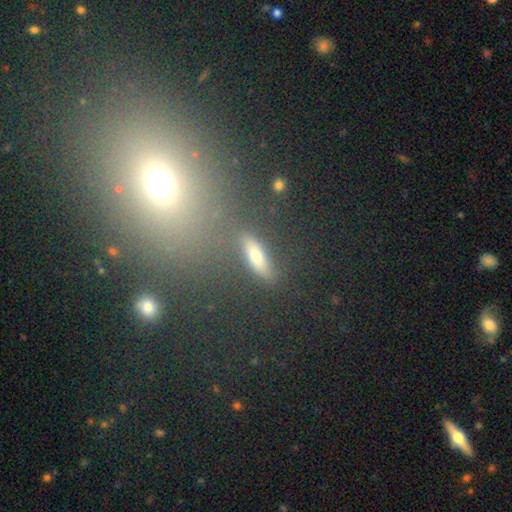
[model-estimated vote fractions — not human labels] A smooth galaxy with no disk features (48%). Merging: none (73%).